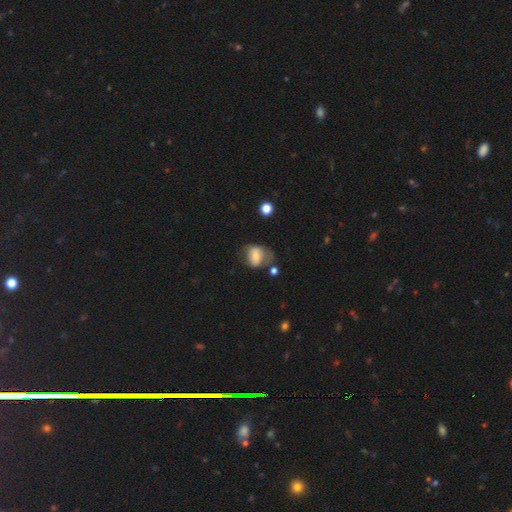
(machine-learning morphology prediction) Smooth or featured? smooth (59%)
How rounded? in between (54%)
Merging? none (44%)